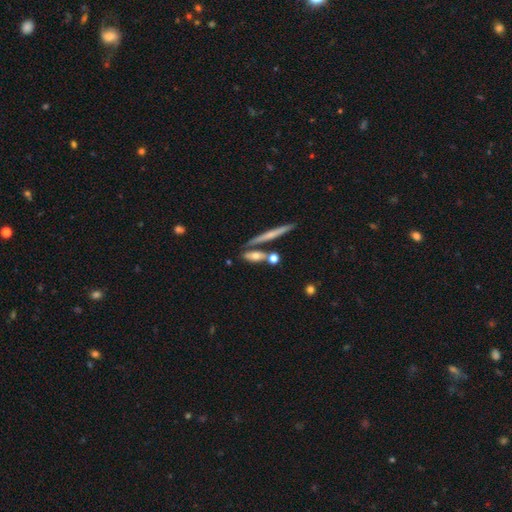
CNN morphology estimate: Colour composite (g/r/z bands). It shows a smooth galaxy with no disk features (60%) that is cigar-shaped (46%). Merging: none (61%).